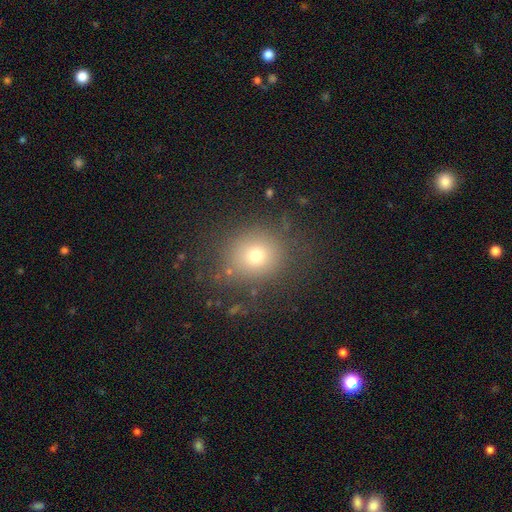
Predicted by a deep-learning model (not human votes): Smooth or featured: smooth — 70% (star or artifact — 18%)
How rounded: round — 79% (in between — 20%)
Merging: none — 80% (minor disturbance — 12%)